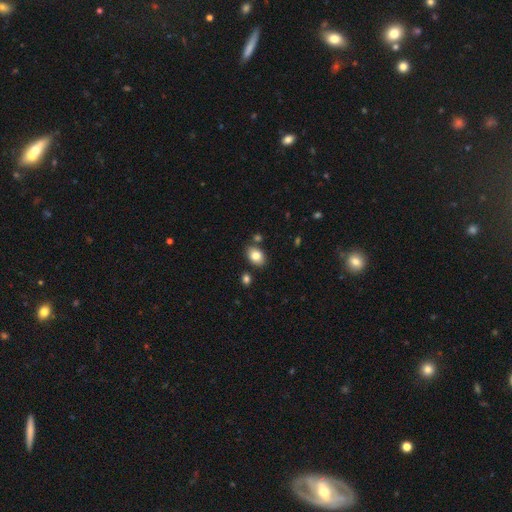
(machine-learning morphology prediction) smooth_or_featured: smooth (p=0.83) [alt: featured or disk p=0.09]
how_rounded: in between (p=0.80) [alt: round p=0.19]
merging: none (p=0.80) [alt: minor disturbance p=0.11]